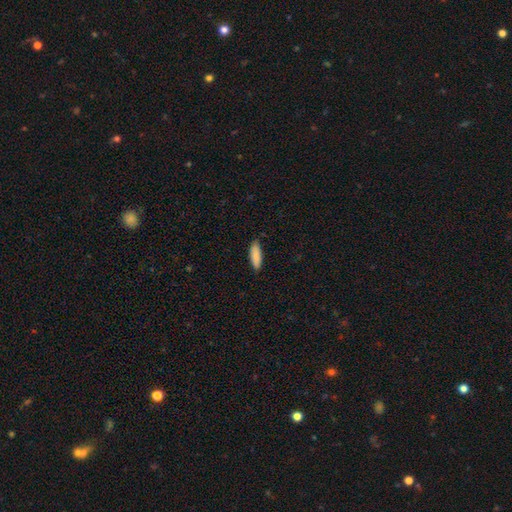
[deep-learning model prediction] smooth 88%, featured or disk 6%, star or artifact 6%. Down the decision tree: how rounded — in between (53%); merging — none (84%).